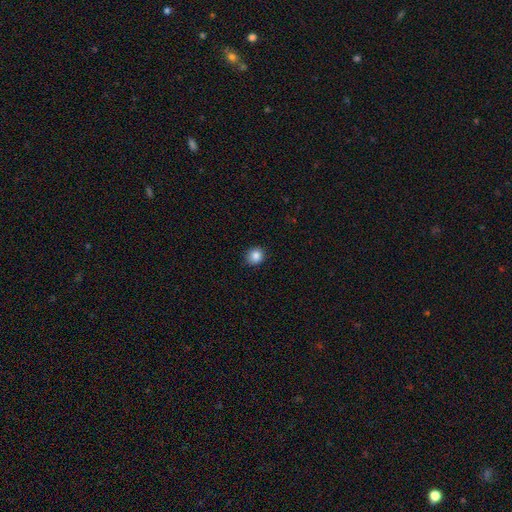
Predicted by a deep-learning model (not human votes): A smooth galaxy with no disk features (86%) that is round (82%).

Vote fractions:
- Smooth or featured? smooth: 86% / star or artifact: 10% / featured or disk: 4%
- How rounded? round: 82% / in between: 17% / cigar-shaped: 1%
- Merging? none: 89% / minor disturbance: 8% / major disturbance: 2% / merger: 1%